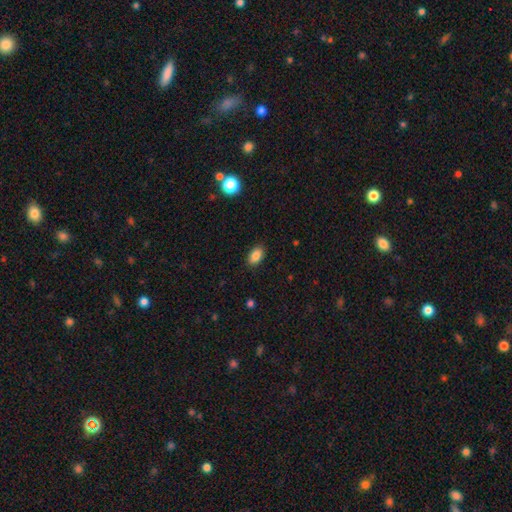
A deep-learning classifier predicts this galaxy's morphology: smooth-or-featured: smooth: 86% | star or artifact: 9% | featured or disk: 5%
  how-rounded: in between: 90% | round: 8% | cigar-shaped: 2%
  merging: none: 88% | minor disturbance: 9% | major disturbance: 2% | merger: 1%